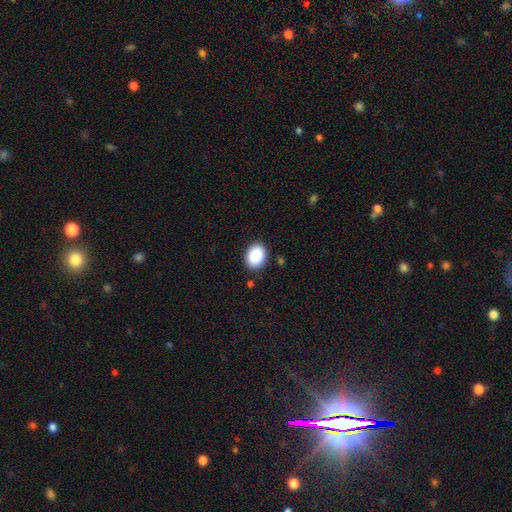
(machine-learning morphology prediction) Smooth or featured?
  - smooth: 89% *
  - star or artifact: 8%
  - featured or disk: 3%
How rounded?
  - in between: 68% *
  - round: 31%
  - cigar-shaped: 1%
Merging?
  - none: 88% *
  - minor disturbance: 9%
  - major disturbance: 2%
  - merger: 1%